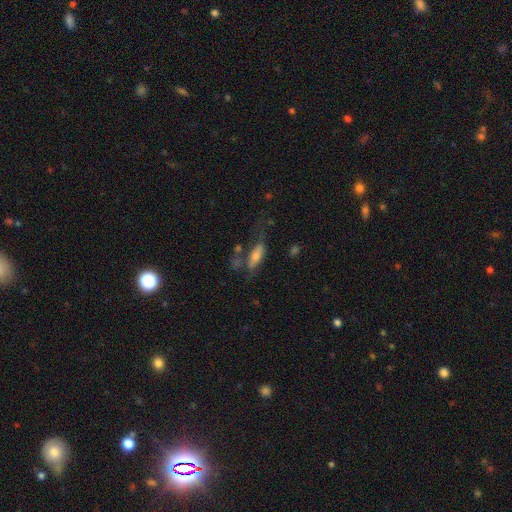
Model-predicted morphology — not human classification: type=smooth (56%); roundness=in between (59%); merging=none (37%).